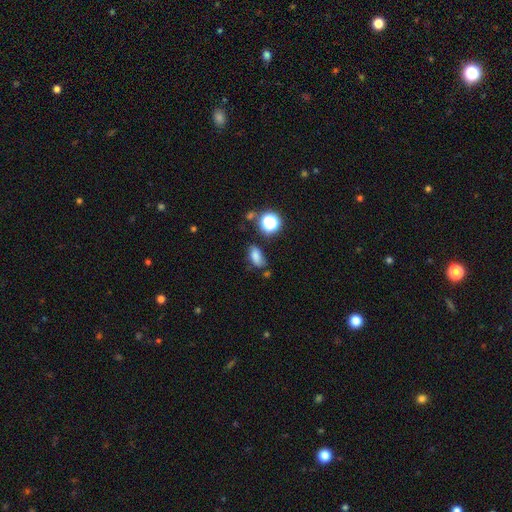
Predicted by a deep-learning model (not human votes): Overall: smooth (71%). How rounded: in between (82%). Merging: none (58%; minor disturbance 27%).